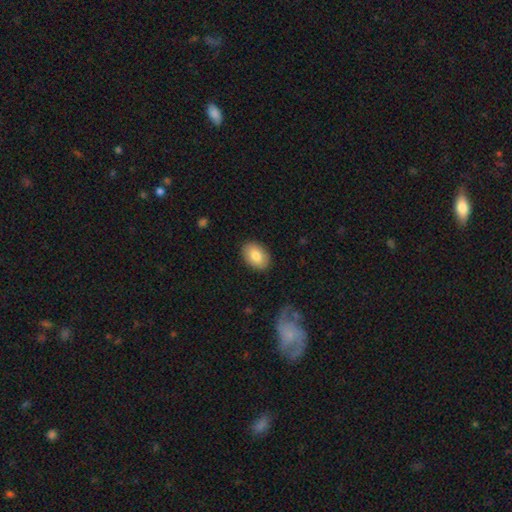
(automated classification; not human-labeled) Smooth or featured?
  - smooth: 81% *
  - featured or disk: 12%
  - star or artifact: 7%
How rounded?
  - in between: 86% *
  - round: 13%
  - cigar-shaped: 1%
Merging?
  - none: 88% *
  - minor disturbance: 9%
  - major disturbance: 2%
  - merger: 1%